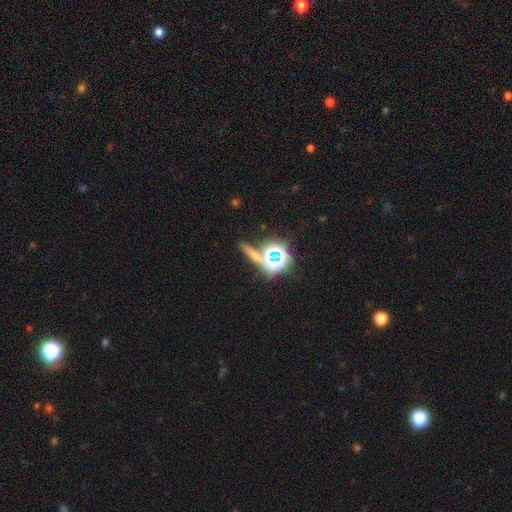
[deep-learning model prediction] Smooth or featured? Predicted: star or artifact (p=0.46).